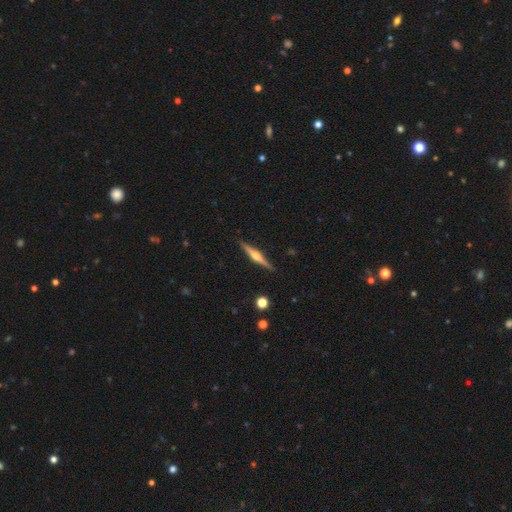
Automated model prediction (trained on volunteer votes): Smooth or featured? featured or disk (75%)
Edge-on disk? yes (98%)
Edge-on bulge? rounded (91%)
Merging? none (91%)